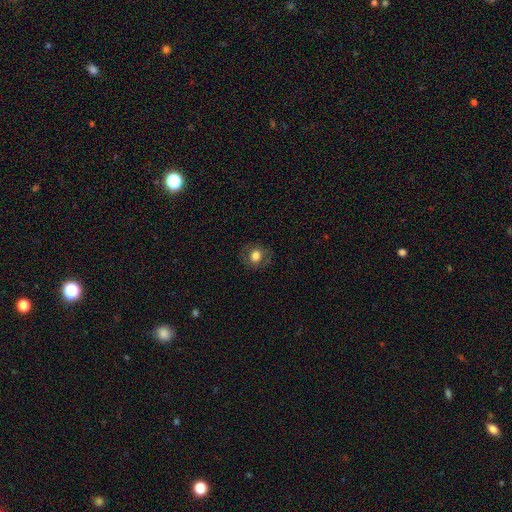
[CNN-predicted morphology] Smooth or featured: smooth — 73% (featured or disk — 17%)
How rounded: round — 76% (in between — 23%)
Merging: none — 82% (minor disturbance — 12%)